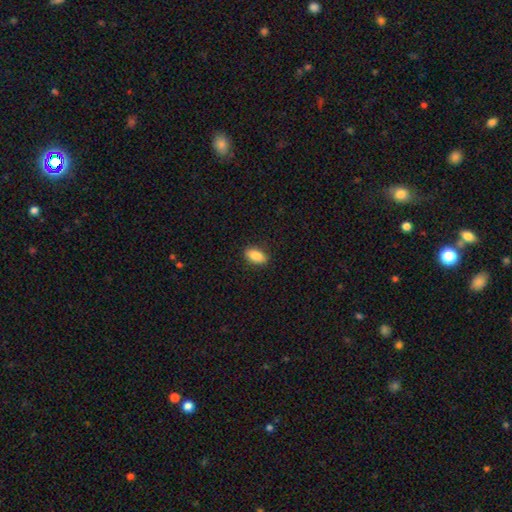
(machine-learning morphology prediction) smooth_or_featured: smooth (p=0.87) [alt: star or artifact p=0.07]
how_rounded: in between (p=0.91) [alt: cigar-shaped p=0.05]
merging: none (p=0.89) [alt: minor disturbance p=0.08]